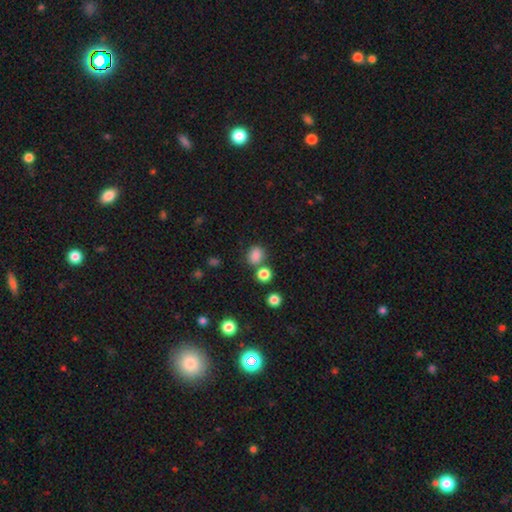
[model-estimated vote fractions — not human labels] A smooth galaxy with no disk features (83%) that is round (59%).

Vote fractions:
- Smooth or featured? smooth: 83% / star or artifact: 13% / featured or disk: 5%
- How rounded? round: 59% / in between: 40% / cigar-shaped: 1%
- Merging? none: 68% / merger: 16% / minor disturbance: 12% / major disturbance: 4%